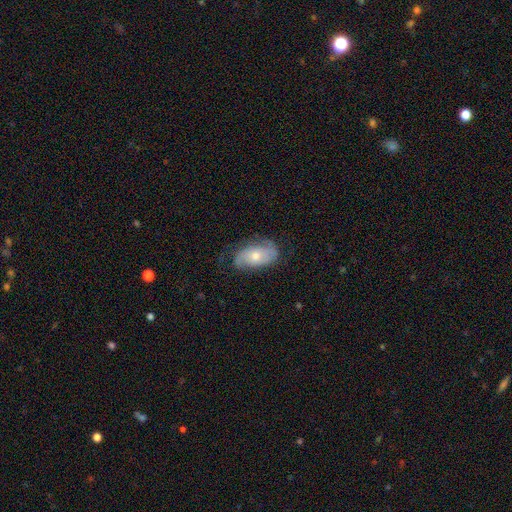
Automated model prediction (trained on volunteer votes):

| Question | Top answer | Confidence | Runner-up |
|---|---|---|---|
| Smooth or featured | featured or disk | 55% | smooth (38%) |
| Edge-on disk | no | 92% | yes (8%) |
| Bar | no | 79% | weak (17%) |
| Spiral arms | yes | 78% | no (22%) |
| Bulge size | moderate | 52% | small (43%) |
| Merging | none | 64% | minor disturbance (25%) |